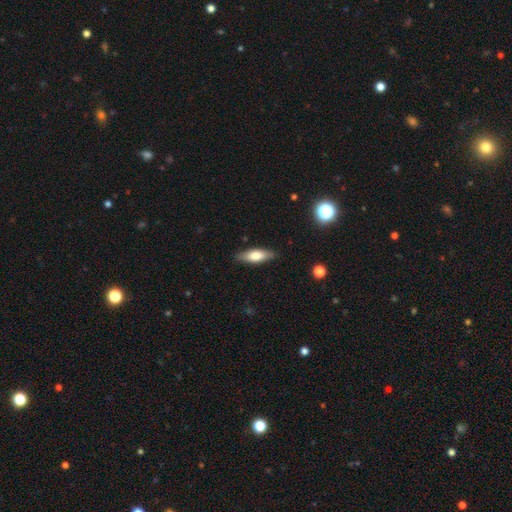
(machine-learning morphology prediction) smooth-or-featured: smooth: 66% | featured or disk: 27% | star or artifact: 6%
  how-rounded: in between: 54% | cigar-shaped: 43% | round: 2%
  merging: none: 86% | minor disturbance: 11% | major disturbance: 2% | merger: 1%